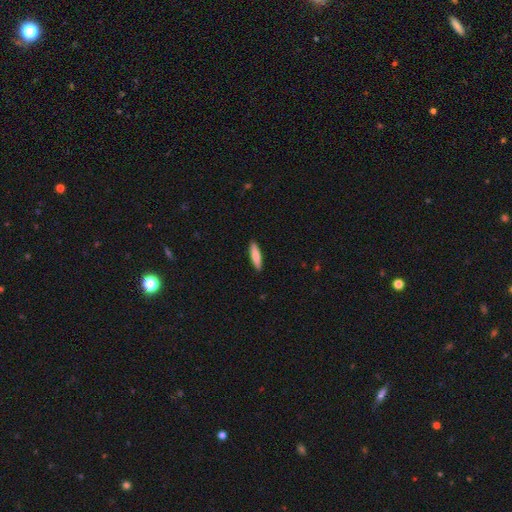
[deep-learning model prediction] Smooth or featured: smooth — 82% (featured or disk — 13%)
How rounded: cigar-shaped — 77% (in between — 22%)
Merging: none — 90% (minor disturbance — 7%)